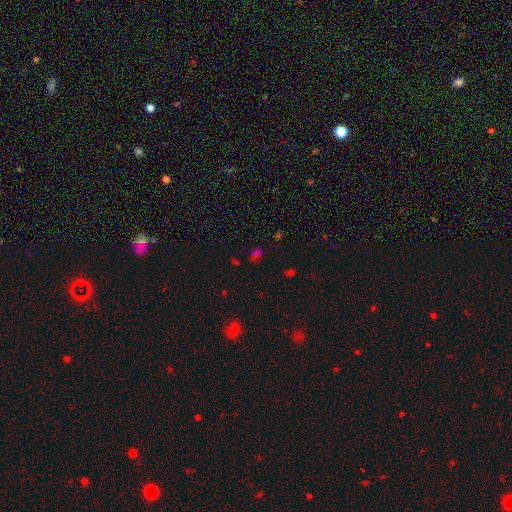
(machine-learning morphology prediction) Smooth or featured? smooth (52%)
How rounded? in between (63%)
Merging? none (65%)